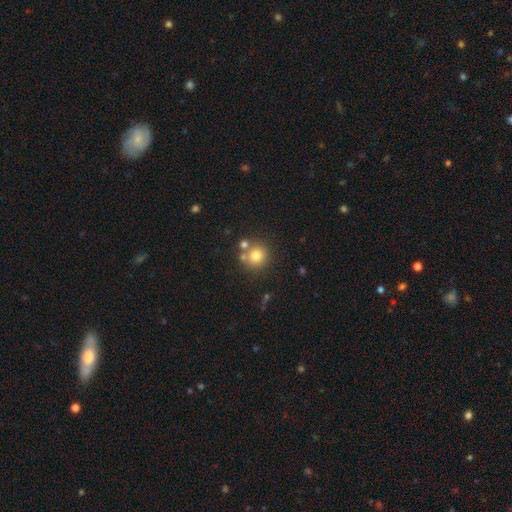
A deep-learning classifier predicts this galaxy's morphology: A smooth galaxy with no disk features (77%) that is round (91%).

Vote fractions:
- Smooth or featured? smooth: 77% / star or artifact: 13% / featured or disk: 10%
- How rounded? round: 91% / in between: 8% / cigar-shaped: 1%
- Merging? none: 70% / merger: 17% / minor disturbance: 9% / major disturbance: 3%